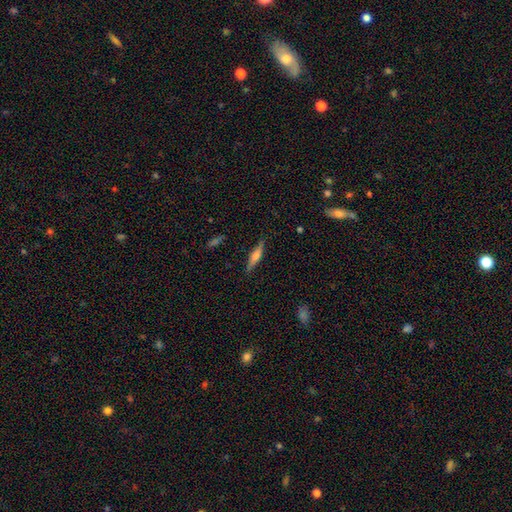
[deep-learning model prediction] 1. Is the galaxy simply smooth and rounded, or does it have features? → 53% featured or disk, 40% smooth, 6% star or artifact.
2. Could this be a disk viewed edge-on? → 96% yes, 4% no.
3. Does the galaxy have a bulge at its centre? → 85% rounded, 10% boxy, 6% none.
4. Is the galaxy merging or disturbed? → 88% none, 9% minor disturbance, 2% major disturbance, 1% merger.